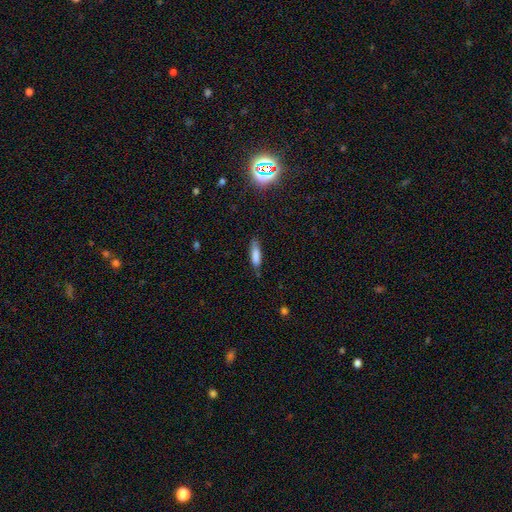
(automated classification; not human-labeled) smooth-or-featured: smooth: 80% | featured or disk: 12% | star or artifact: 8%
  how-rounded: cigar-shaped: 64% | in between: 34% | round: 2%
  merging: none: 73% | minor disturbance: 21% | major disturbance: 4% | merger: 2%